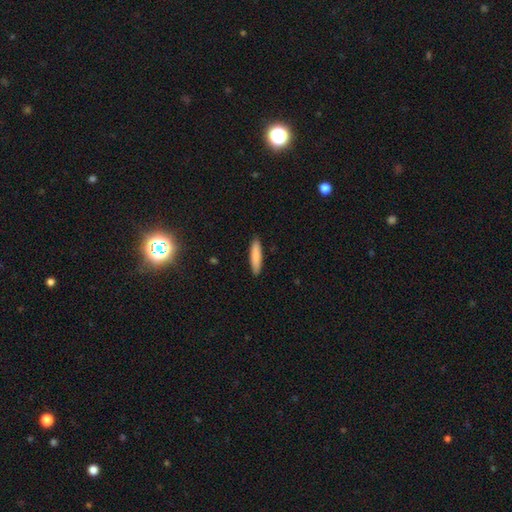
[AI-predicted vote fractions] This appears to be a smooth galaxy with no disk features (85%) that is cigar-shaped (82%). Merging: none (90%).